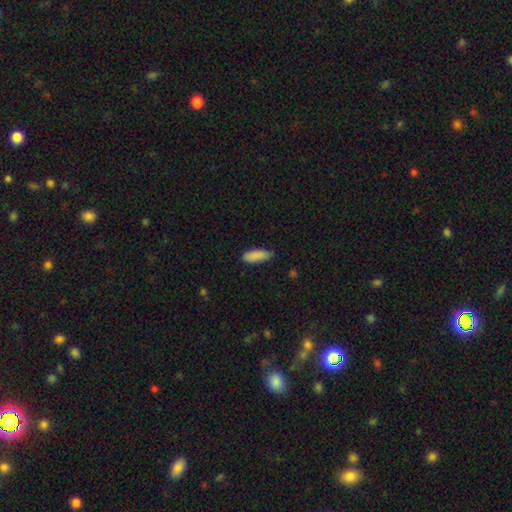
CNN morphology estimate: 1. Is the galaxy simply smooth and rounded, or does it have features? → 89% smooth, 6% star or artifact, 5% featured or disk.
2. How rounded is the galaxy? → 70% in between, 29% cigar-shaped, 2% round.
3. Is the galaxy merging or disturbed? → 73% none, 23% minor disturbance, 3% major disturbance, 1% merger.